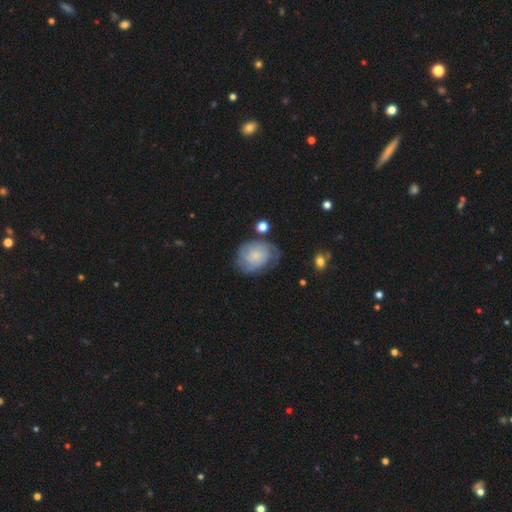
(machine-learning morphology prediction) Smooth or featured? featured or disk (65%)
Edge-on disk? no (97%)
Bar? no (76%)
Spiral arms? yes (91%)
Spiral winding? tight (57%)
Spiral arm count? can't tell (41%)
Bulge size? small (65%)
Merging? none (61%)